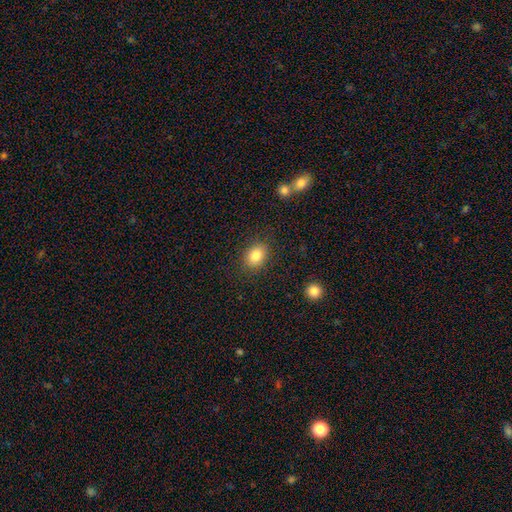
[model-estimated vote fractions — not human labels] smooth 83%, star or artifact 10%, featured or disk 7%. Down the decision tree: how rounded — in between (58%); merging — none (86%).